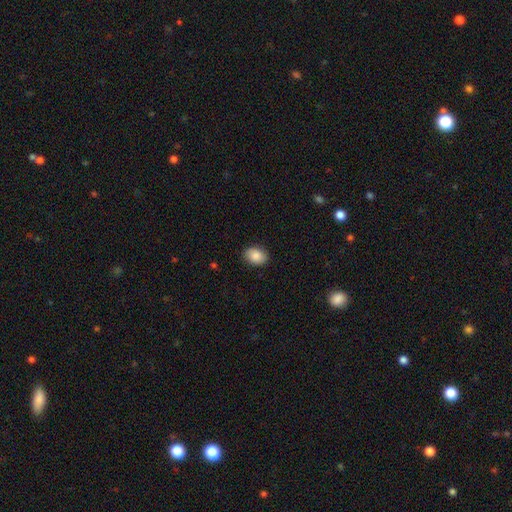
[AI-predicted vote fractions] Smooth or featured? smooth (88%)
How rounded? in between (75%)
Merging? none (89%)